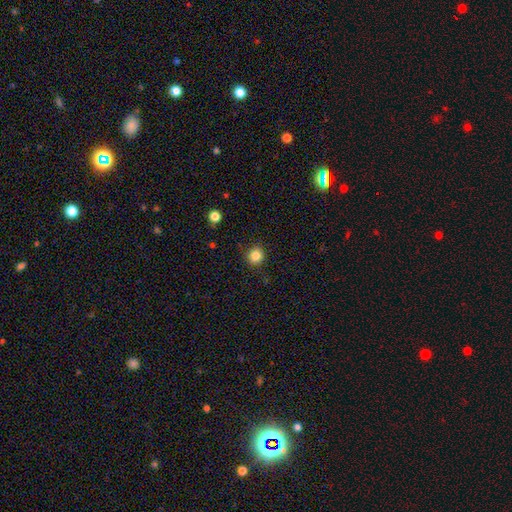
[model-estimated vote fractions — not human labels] A smooth galaxy with no disk features (84%) that is round (89%).

Vote fractions:
- Smooth or featured? smooth: 84% / star or artifact: 11% / featured or disk: 5%
- How rounded? round: 89% / in between: 10% / cigar-shaped: 1%
- Merging? none: 89% / minor disturbance: 8% / major disturbance: 2% / merger: 1%